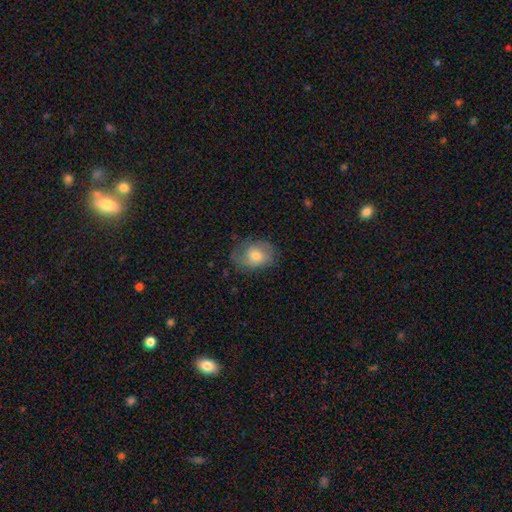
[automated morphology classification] smooth_or_featured: smooth (p=0.57) [alt: featured or disk p=0.35]
how_rounded: in between (p=0.67) [alt: round p=0.32]
merging: none (p=0.65) [alt: minor disturbance p=0.23]